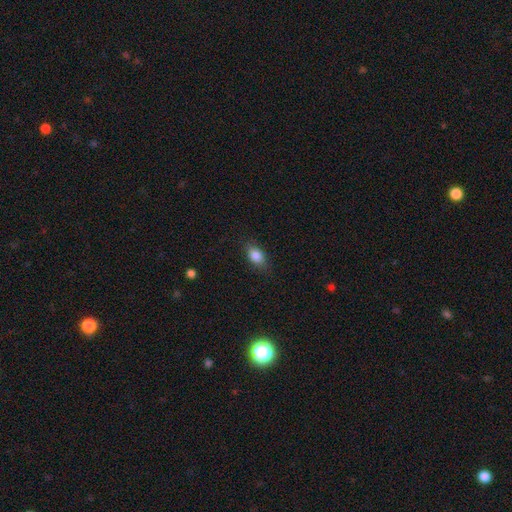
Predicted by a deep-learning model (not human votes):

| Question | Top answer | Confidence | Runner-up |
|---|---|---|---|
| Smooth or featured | smooth | 85% | star or artifact (8%) |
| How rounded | in between | 83% | round (14%) |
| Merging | none | 80% | minor disturbance (15%) |